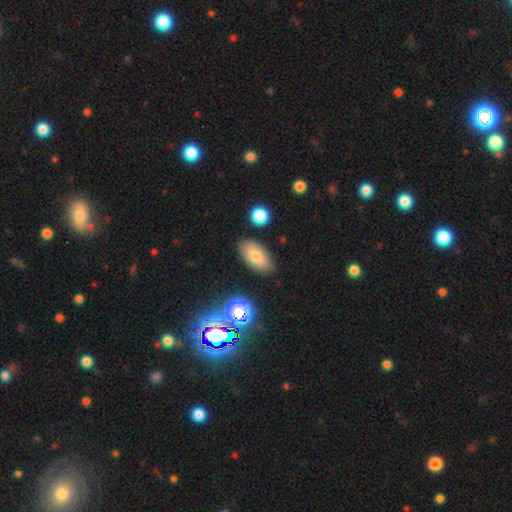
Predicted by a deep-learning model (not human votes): Smooth or featured: smooth — 68% (featured or disk — 21%)
How rounded: in between — 93% (round — 4%)
Merging: none — 81% (minor disturbance — 13%)